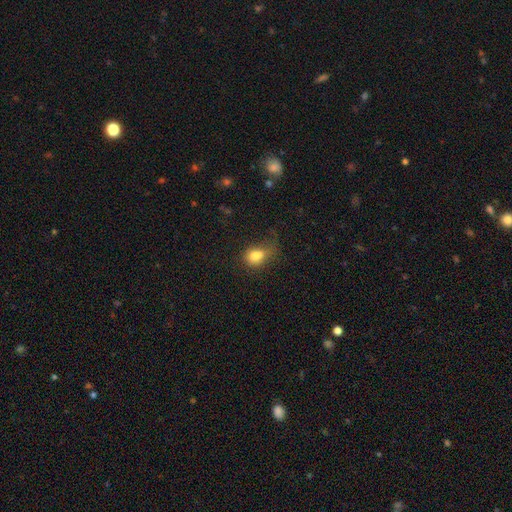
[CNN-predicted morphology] Smooth or featured?
  - smooth: 78% *
  - featured or disk: 12%
  - star or artifact: 11%
How rounded?
  - in between: 57% *
  - round: 41%
  - cigar-shaped: 1%
Merging?
  - none: 32% *
  - minor disturbance: 27%
  - major disturbance: 25%
  - merger: 17%